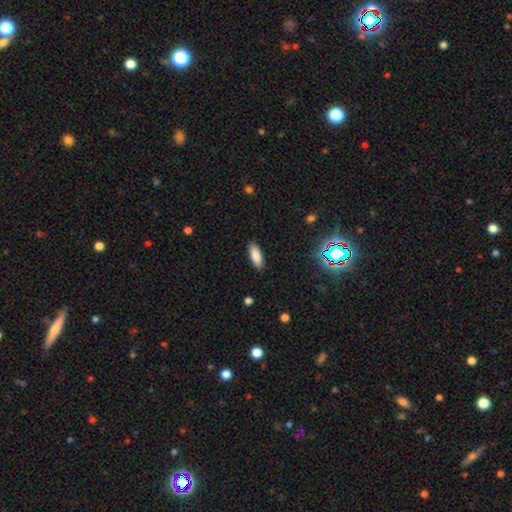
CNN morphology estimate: smooth 85%, star or artifact 8%, featured or disk 6%. Down the decision tree: how rounded — in between (70%); merging — none (89%).